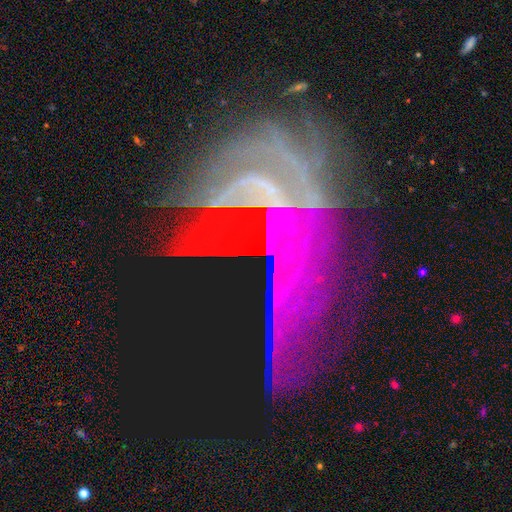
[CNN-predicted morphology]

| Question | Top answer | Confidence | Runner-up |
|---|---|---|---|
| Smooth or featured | featured or disk | 56% | star or artifact (30%) |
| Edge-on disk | no | 86% | yes (14%) |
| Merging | merger | 32% | none (28%) |